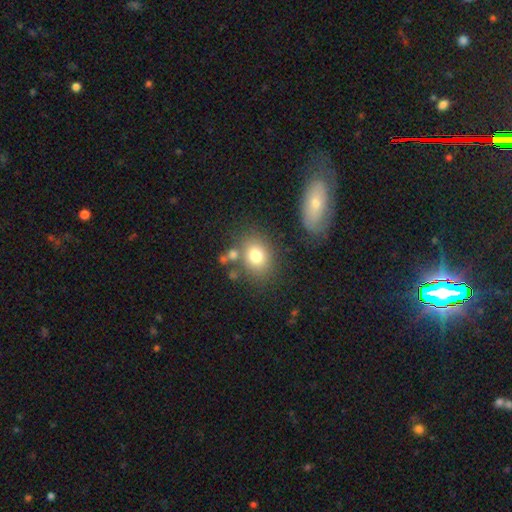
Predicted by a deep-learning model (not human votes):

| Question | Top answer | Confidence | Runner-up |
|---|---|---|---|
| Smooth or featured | smooth | 77% | featured or disk (12%) |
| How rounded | in between | 52% | round (47%) |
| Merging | none | 68% | minor disturbance (14%) |